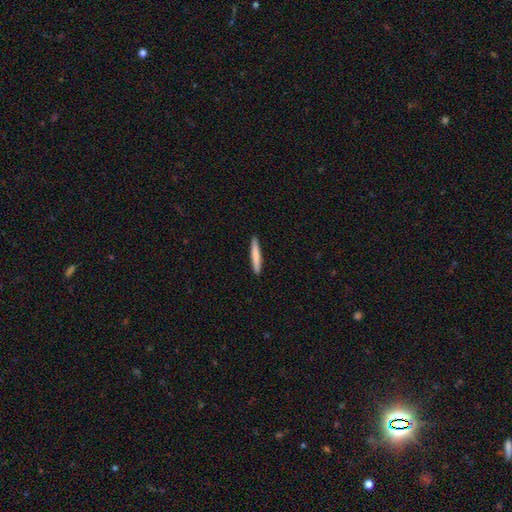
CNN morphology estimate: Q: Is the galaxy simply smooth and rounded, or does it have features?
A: smooth — 79%.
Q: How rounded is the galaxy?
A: cigar-shaped — 95%.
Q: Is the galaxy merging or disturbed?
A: none — 92%.